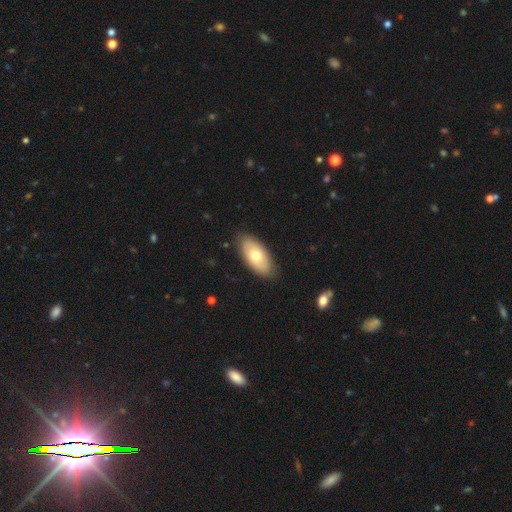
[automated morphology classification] This appears to be a smooth galaxy with no disk features (65%) that is in between round and cigar-shaped (93%). Merging: none (85%).